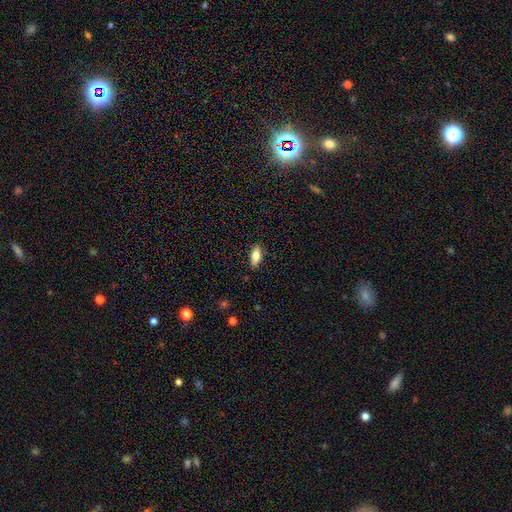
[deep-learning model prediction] This is likely a smooth galaxy (70%). How rounded: likely in between (79%). Merging: clearly none (87%).